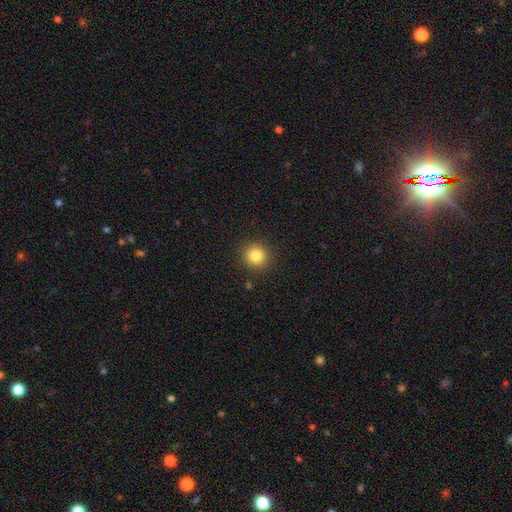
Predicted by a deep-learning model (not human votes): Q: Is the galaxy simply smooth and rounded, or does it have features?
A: smooth — 84%.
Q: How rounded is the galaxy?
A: round — 93%.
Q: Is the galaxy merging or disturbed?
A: none — 90%.